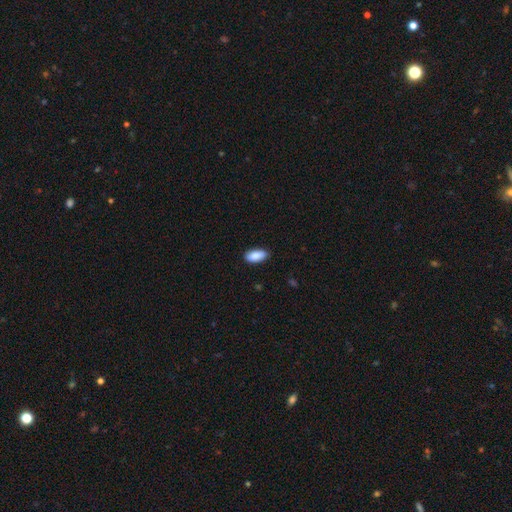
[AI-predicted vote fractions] Overall: smooth (89%). How rounded: in between (91%). Merging: none (84%).